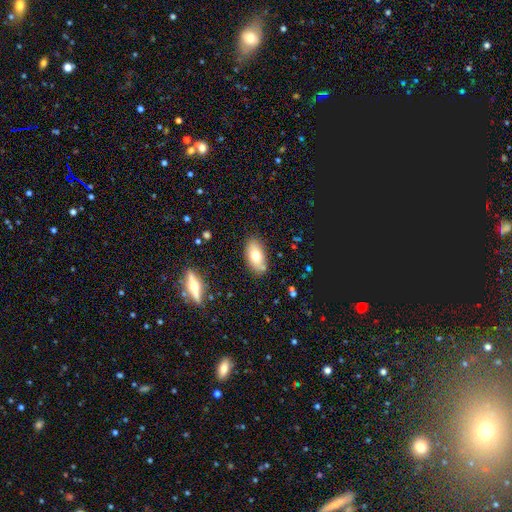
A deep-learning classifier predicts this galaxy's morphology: Smooth or featured? smooth (71%)
How rounded? in between (90%)
Merging? none (81%)